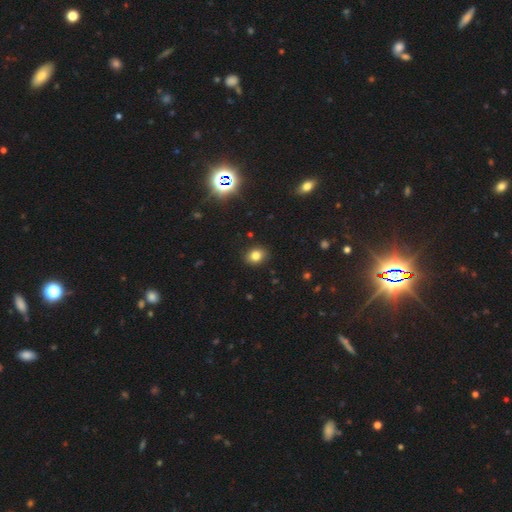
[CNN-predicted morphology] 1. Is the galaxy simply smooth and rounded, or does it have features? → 80% smooth, 13% star or artifact, 7% featured or disk.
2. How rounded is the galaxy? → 50% in between, 49% round, 1% cigar-shaped.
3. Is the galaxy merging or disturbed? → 88% none, 9% minor disturbance, 2% major disturbance, 1% merger.